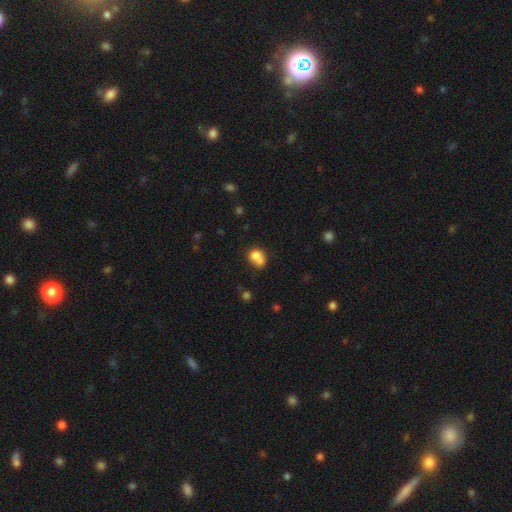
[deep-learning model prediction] Overall: smooth (76%). How rounded: round (50%; in between 49%). Merging: merger (42%; none 31%).